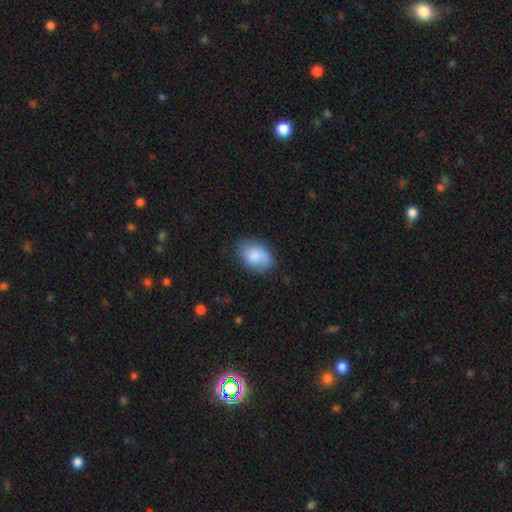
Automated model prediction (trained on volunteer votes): Morphology: type=smooth (82%); roundness=in between (84%); merging=none (74%).